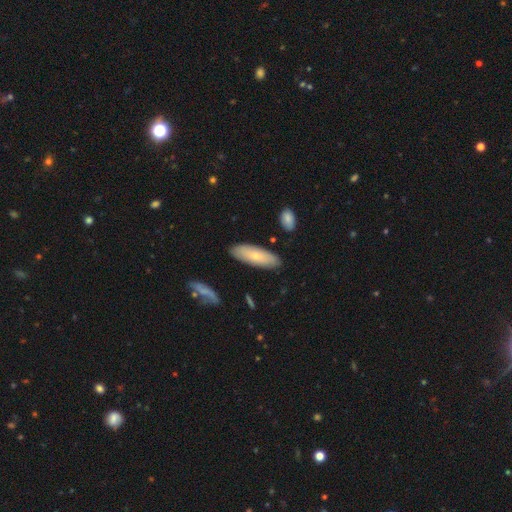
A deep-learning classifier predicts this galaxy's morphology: A smooth galaxy with no disk features (69%) that is in between round and cigar-shaped (61%).

Vote fractions:
- Smooth or featured? smooth: 69% / featured or disk: 25% / star or artifact: 6%
- How rounded? in between: 61% / cigar-shaped: 36% / round: 2%
- Merging? none: 84% / minor disturbance: 12% / merger: 2% / major disturbance: 2%